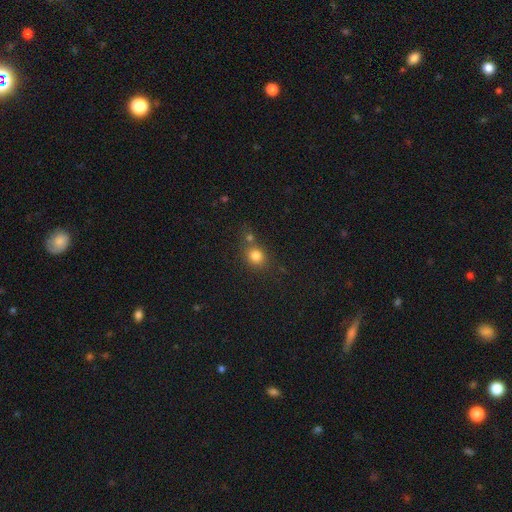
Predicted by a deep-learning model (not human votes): Morphology: type=smooth (80%); roundness=round (74%); merging=none (59%).